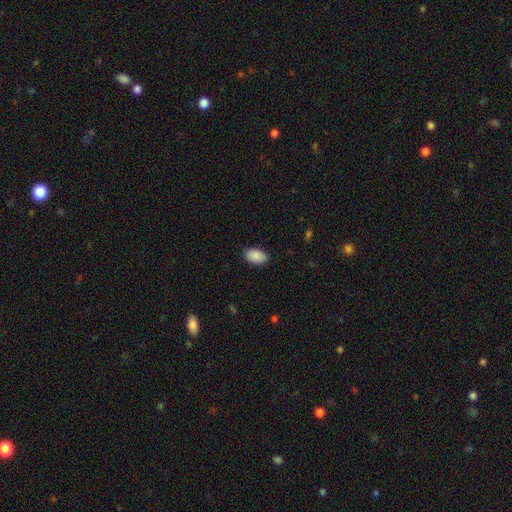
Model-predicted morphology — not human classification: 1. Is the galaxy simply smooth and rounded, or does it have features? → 90% smooth, 6% star or artifact, 3% featured or disk.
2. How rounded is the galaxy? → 93% in between, 5% round, 1% cigar-shaped.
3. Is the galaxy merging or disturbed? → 88% none, 9% minor disturbance, 2% major disturbance, 1% merger.